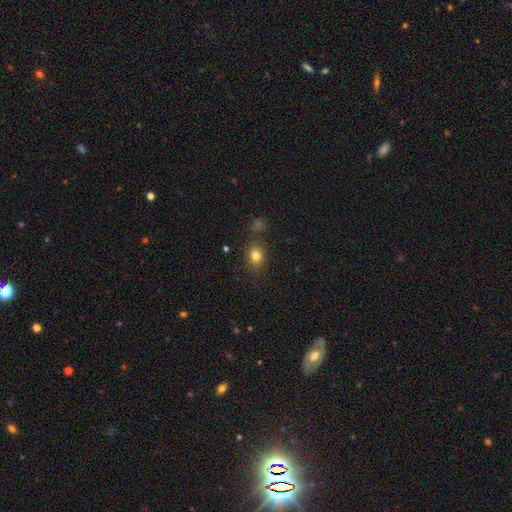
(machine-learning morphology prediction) smooth 80%, star or artifact 13%, featured or disk 7%. Down the decision tree: how rounded — round (63%); merging — none (82%).